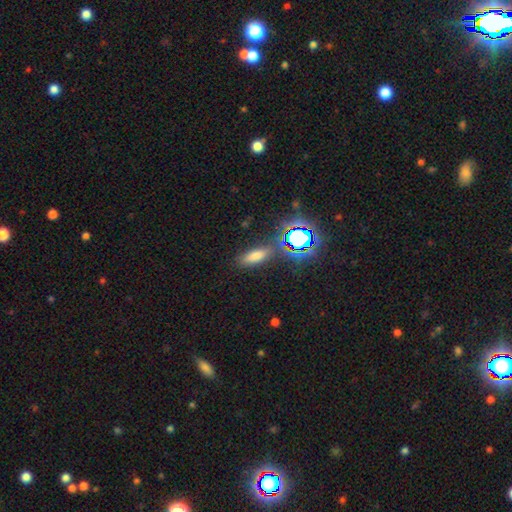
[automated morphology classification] This appears to be a smooth galaxy with no disk features (65%) that is in between round and cigar-shaped (51%). Merging: none (79%).